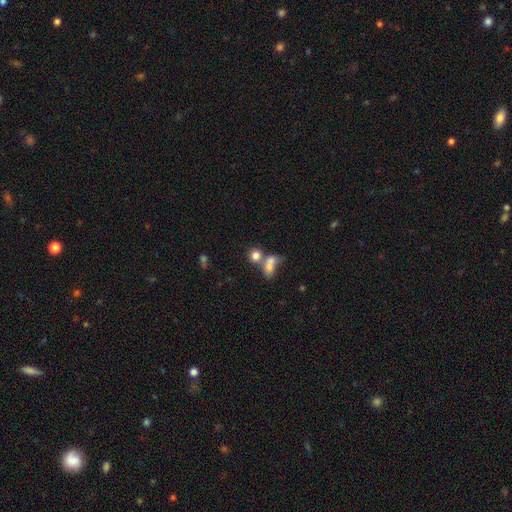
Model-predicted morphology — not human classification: Overall: smooth (77%). How rounded: round (68%; in between 29%). Merging: merger (54%; none 31%).